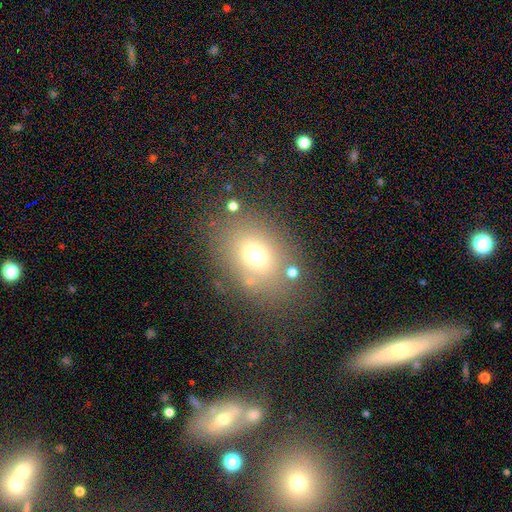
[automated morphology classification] This appears to be a smooth galaxy with no disk features (67%) that is in between round and cigar-shaped (56%). Merging: none (74%).